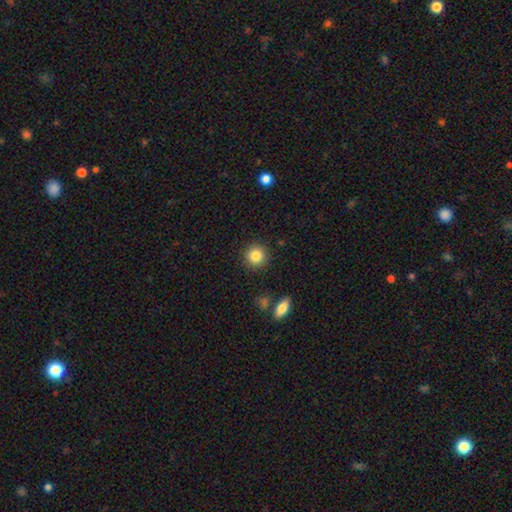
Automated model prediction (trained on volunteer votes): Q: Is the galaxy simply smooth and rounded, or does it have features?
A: smooth — 85%.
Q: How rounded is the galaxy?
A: round — 93%.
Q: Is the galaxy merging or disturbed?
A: none — 90%.